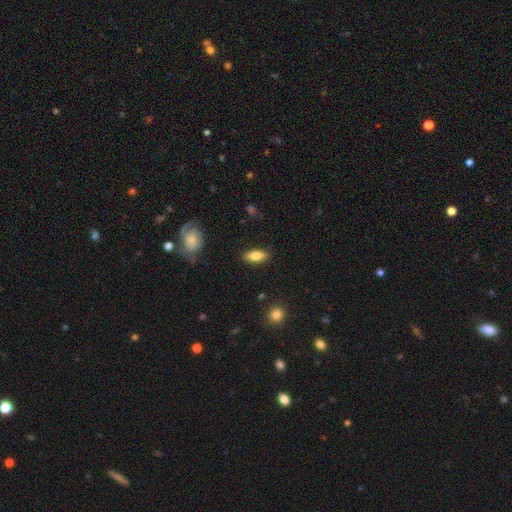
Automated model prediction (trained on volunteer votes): Overall: smooth (79%). How rounded: in between (78%). Merging: none (87%).